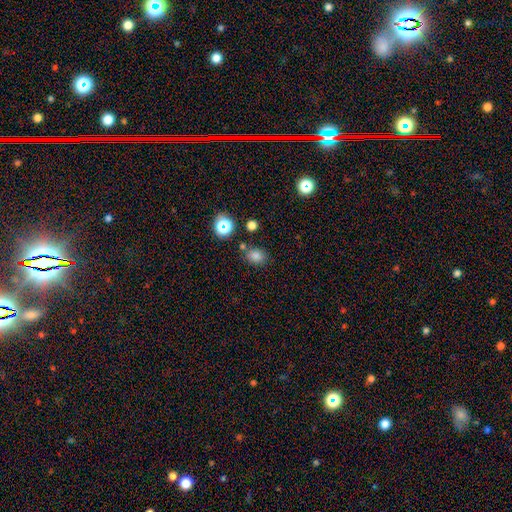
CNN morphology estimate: type=smooth (76%); roundness=in between (55%); merging=none (75%).